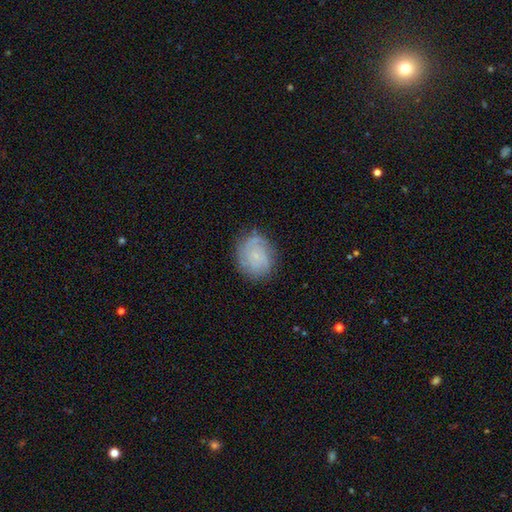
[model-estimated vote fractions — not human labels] The model was most divided on "spiral arm count": can't tell: 36%, 2: 26%, 3: 19%, 4: 7%, 1: 6%, more than 4: 5%. More confident: edge-on disk — no (98%); spiral arms — yes (90%); merging — none (78%); bar — no (71%); bulge size — small (68%); smooth or featured — featured or disk (62%); spiral winding — tight (60%).